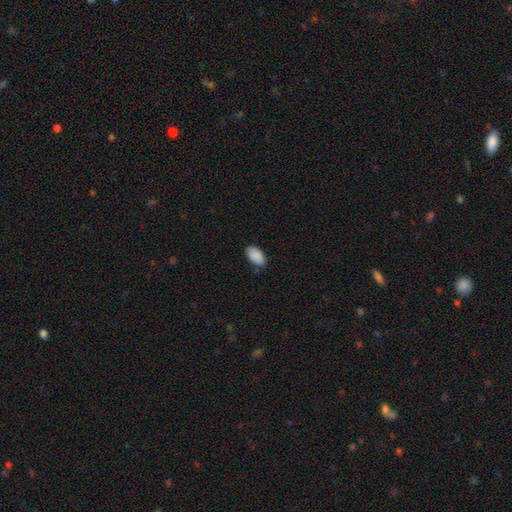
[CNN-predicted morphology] A smooth galaxy with no disk features (89%) that is in between round and cigar-shaped (95%). Merging: none (78%).